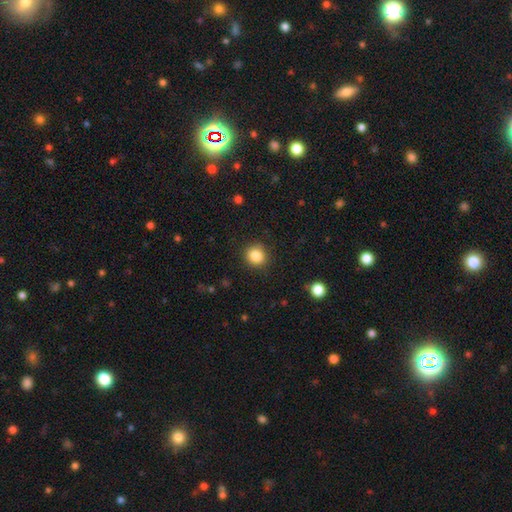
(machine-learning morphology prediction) smooth 85%, star or artifact 10%, featured or disk 5%. Down the decision tree: how rounded — round (90%); merging — none (90%).